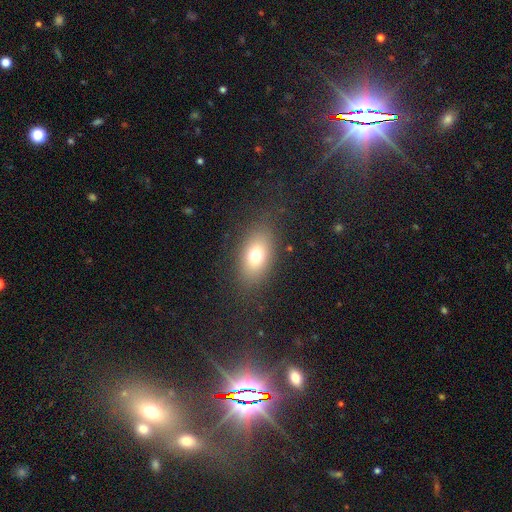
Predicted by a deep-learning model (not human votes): The model was most divided on "smooth or featured": smooth: 72%, featured or disk: 16%, star or artifact: 12%. More confident: how rounded — in between (82%); merging — none (82%).